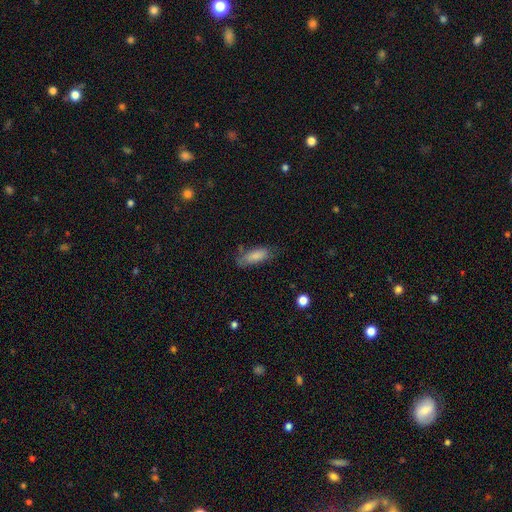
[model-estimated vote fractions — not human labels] The model was most divided on "merging": none: 63%, minor disturbance: 26%, major disturbance: 7%, merger: 4%. More confident: smooth or featured — smooth (82%); how rounded — in between (73%).